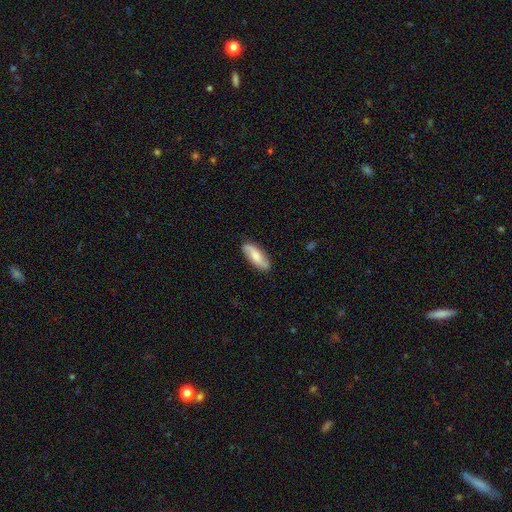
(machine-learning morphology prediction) Smooth or featured? smooth (52%)
How rounded? in between (67%)
Merging? none (85%)